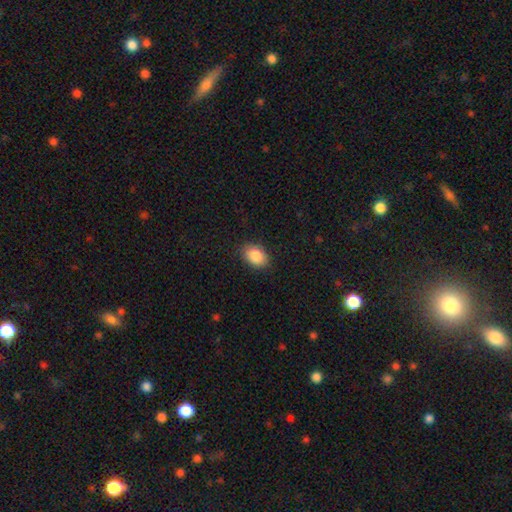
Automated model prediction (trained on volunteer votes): smooth-or-featured: smooth: 88% | star or artifact: 7% | featured or disk: 5%
  how-rounded: in between: 80% | round: 19% | cigar-shaped: 1%
  merging: none: 86% | minor disturbance: 11% | major disturbance: 2% | merger: 1%